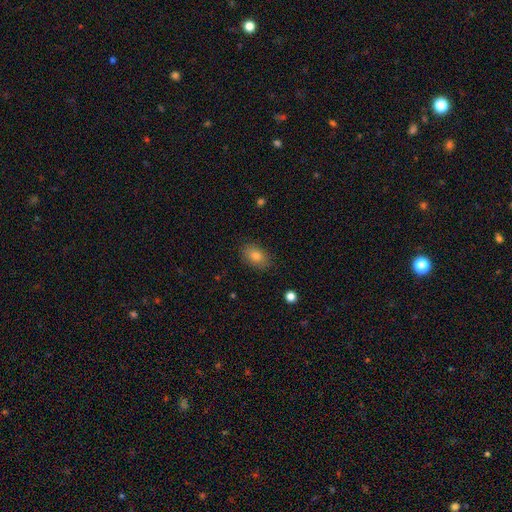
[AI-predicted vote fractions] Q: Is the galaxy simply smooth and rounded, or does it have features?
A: smooth — 81%.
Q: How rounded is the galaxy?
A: in between — 84%.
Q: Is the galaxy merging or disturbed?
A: none — 84%.